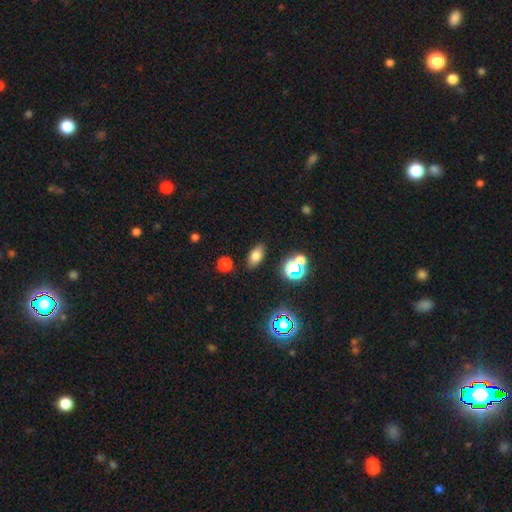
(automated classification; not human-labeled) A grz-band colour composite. It shows a smooth galaxy with no disk features (74%) that is in between round and cigar-shaped (86%). Merging: none (85%).